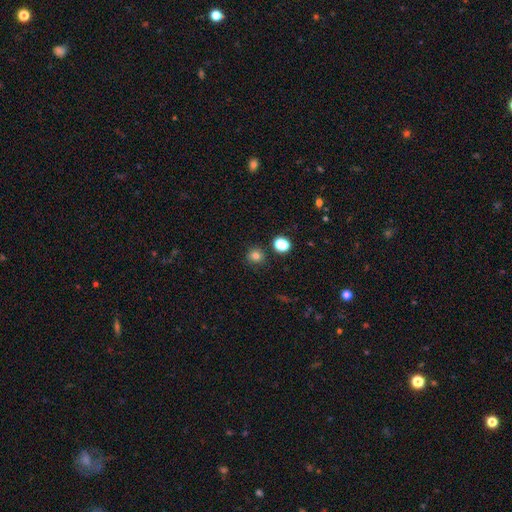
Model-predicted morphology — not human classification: This appears to be a smooth galaxy with no disk features (78%) that is round (90%). Merging: none (85%).